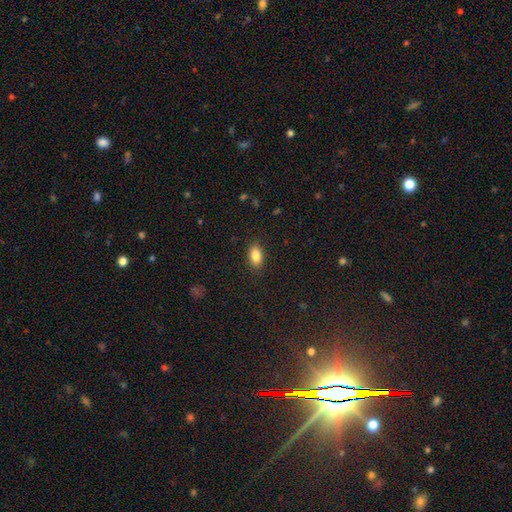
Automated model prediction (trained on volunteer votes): Smooth or featured: smooth — 87% (star or artifact — 8%)
How rounded: in between — 91% (round — 6%)
Merging: none — 87% (minor disturbance — 10%)